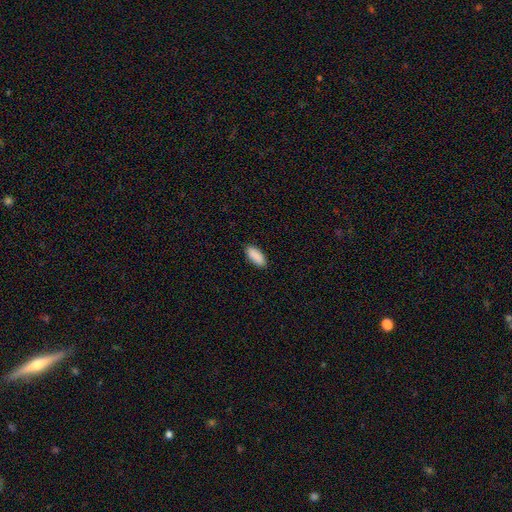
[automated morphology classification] type=smooth (91%); roundness=in between (86%); merging=none (89%).